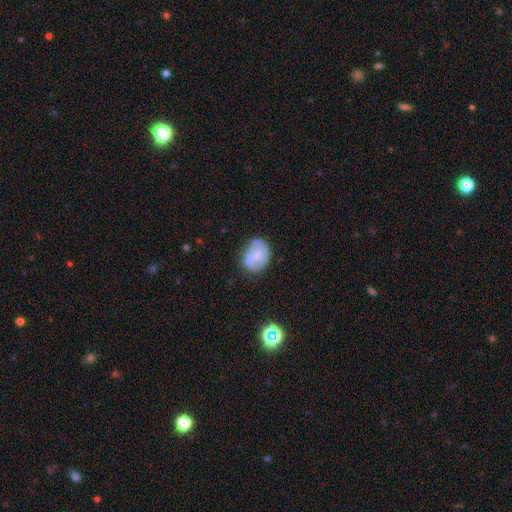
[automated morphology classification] This appears to be a featured or disk galaxy (49%). Merging: none (59%).